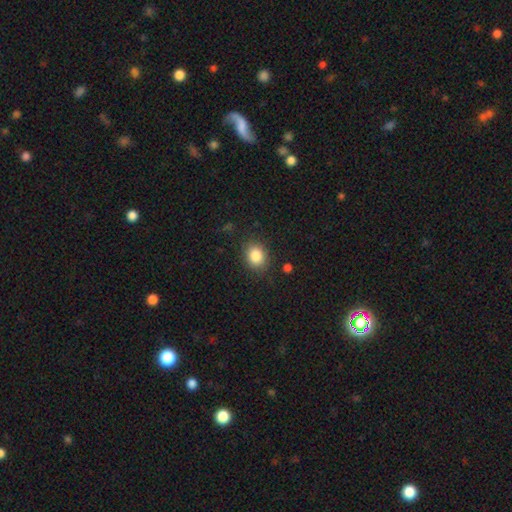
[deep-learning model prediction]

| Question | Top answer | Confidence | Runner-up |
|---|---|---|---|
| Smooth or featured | smooth | 84% | star or artifact (10%) |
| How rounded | round | 57% | in between (42%) |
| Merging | none | 84% | minor disturbance (11%) |